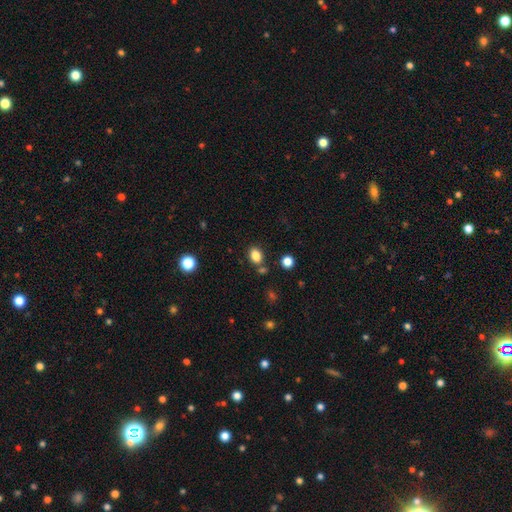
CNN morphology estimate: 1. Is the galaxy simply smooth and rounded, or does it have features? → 83% smooth, 11% star or artifact, 5% featured or disk.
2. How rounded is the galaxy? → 65% in between, 34% round, 1% cigar-shaped.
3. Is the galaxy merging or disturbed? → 77% none, 11% minor disturbance, 9% merger, 3% major disturbance.